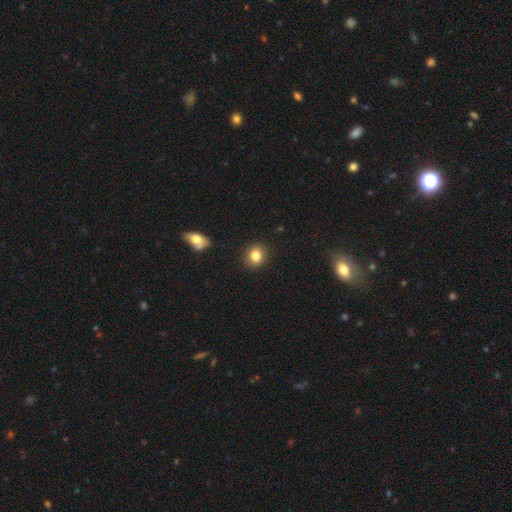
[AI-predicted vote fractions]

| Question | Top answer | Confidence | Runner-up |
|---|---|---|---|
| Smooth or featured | smooth | 83% | star or artifact (10%) |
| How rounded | round | 71% | in between (28%) |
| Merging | none | 89% | minor disturbance (7%) |